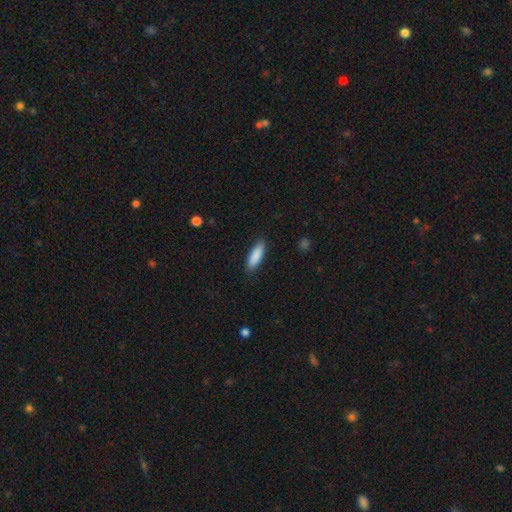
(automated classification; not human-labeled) Overall: smooth (88%). How rounded: cigar-shaped (56%; in between 43%). Merging: none (88%).